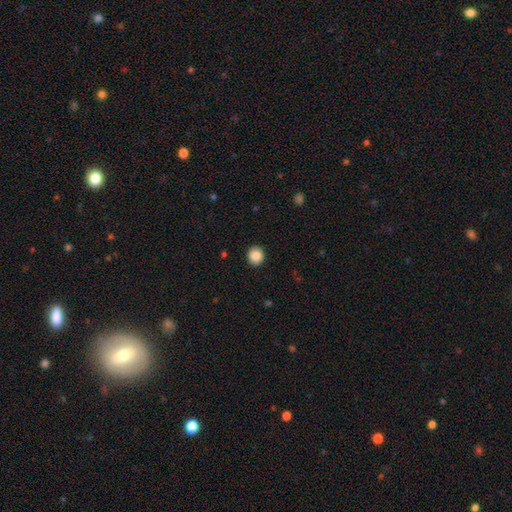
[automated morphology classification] smooth 88%, star or artifact 9%, featured or disk 3%. Down the decision tree: how rounded — round (88%); merging — none (91%).